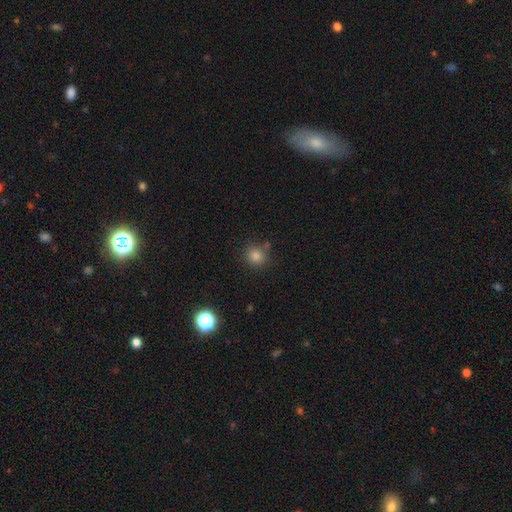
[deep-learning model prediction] smooth_or_featured: smooth (p=0.80) [alt: star or artifact p=0.14]
how_rounded: round (p=0.90) [alt: in between p=0.09]
merging: none (p=0.79) [alt: minor disturbance p=0.11]